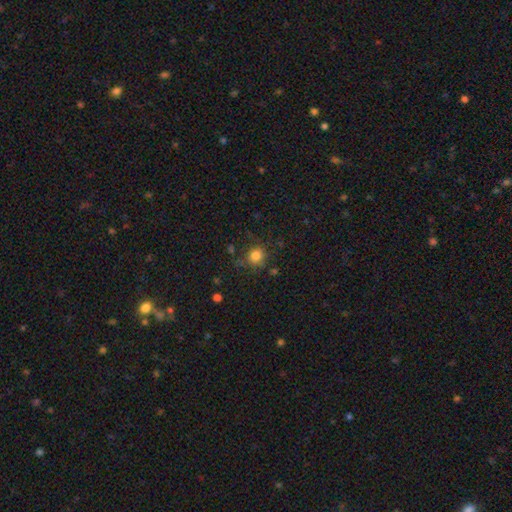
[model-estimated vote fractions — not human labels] smooth_or_featured: smooth (p=0.81) [alt: star or artifact p=0.13]
how_rounded: round (p=0.88) [alt: in between p=0.11]
merging: none (p=0.75) [alt: minor disturbance p=0.15]